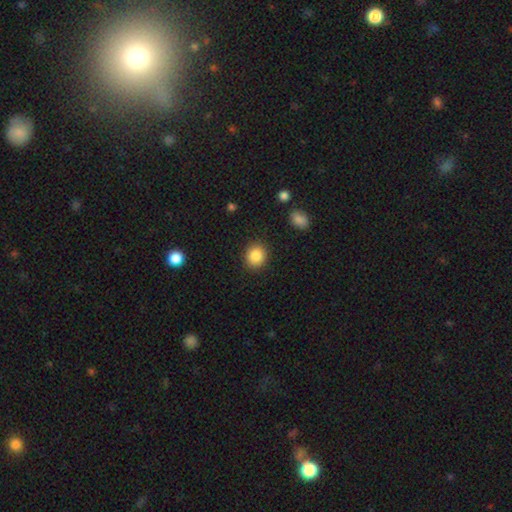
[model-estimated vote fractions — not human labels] A smooth galaxy with no disk features (86%) that is round (80%).

Vote fractions:
- Smooth or featured? smooth: 86% / star or artifact: 9% / featured or disk: 5%
- How rounded? round: 80% / in between: 19% / cigar-shaped: 1%
- Merging? none: 90% / minor disturbance: 7% / major disturbance: 2% / merger: 1%